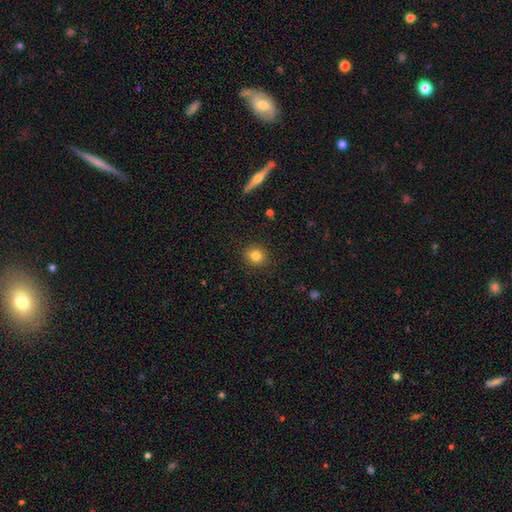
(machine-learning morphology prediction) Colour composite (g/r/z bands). It shows a smooth galaxy with no disk features (82%) that is round (86%). Merging: none (90%).